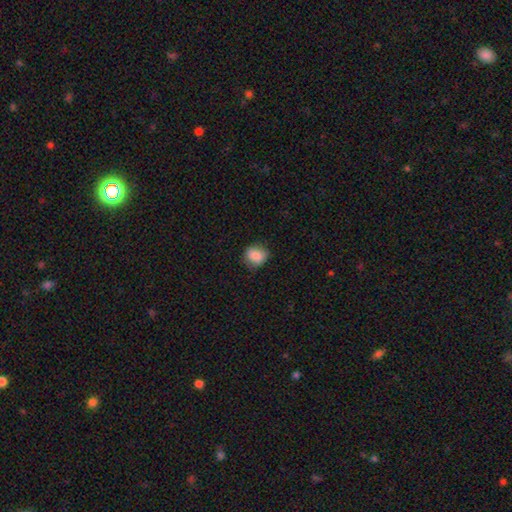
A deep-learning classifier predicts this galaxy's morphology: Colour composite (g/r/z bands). It shows a smooth galaxy with no disk features (84%) that is round (73%). Merging: none (77%).